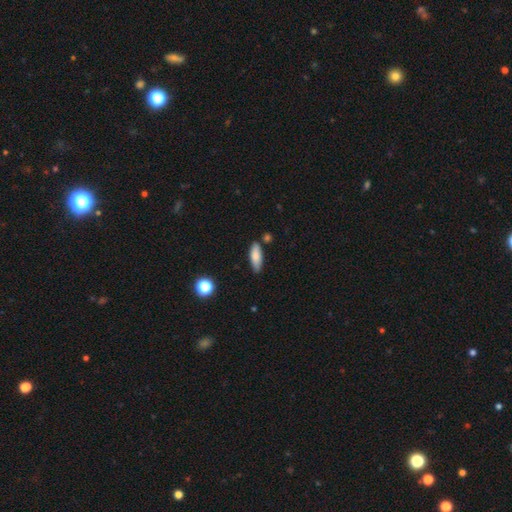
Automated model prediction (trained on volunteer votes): This appears to be a smooth galaxy with no disk features (82%) that is in between round and cigar-shaped (63%). Merging: none (76%).